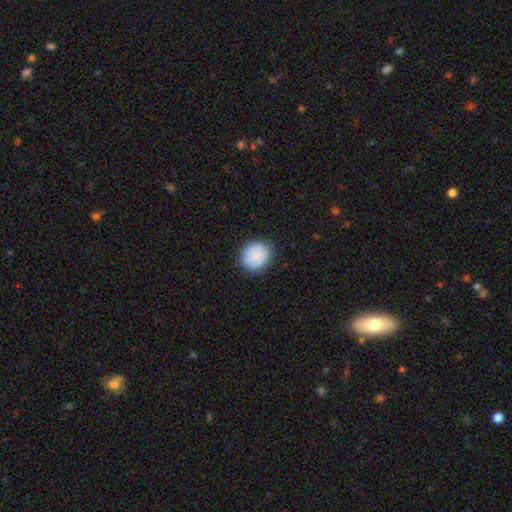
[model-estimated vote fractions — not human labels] smooth-or-featured: smooth: 87% | star or artifact: 7% | featured or disk: 6%
  how-rounded: round: 76% | in between: 23% | cigar-shaped: 1%
  merging: none: 86% | minor disturbance: 10% | major disturbance: 3% | merger: 1%